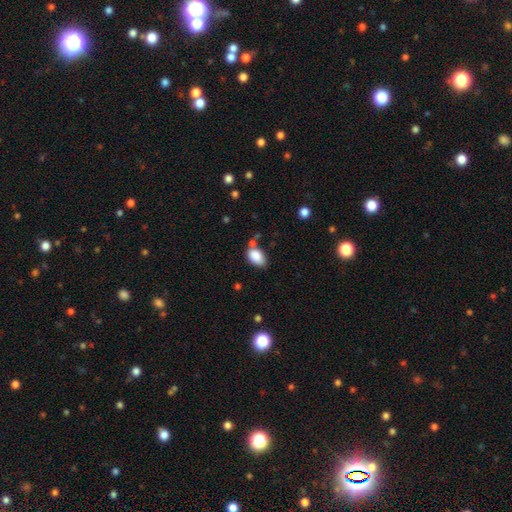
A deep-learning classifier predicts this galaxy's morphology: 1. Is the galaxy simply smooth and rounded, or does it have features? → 86% smooth, 8% star or artifact, 6% featured or disk.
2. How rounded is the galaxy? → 89% in between, 9% round, 1% cigar-shaped.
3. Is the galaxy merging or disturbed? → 58% none, 23% minor disturbance, 13% merger, 6% major disturbance.